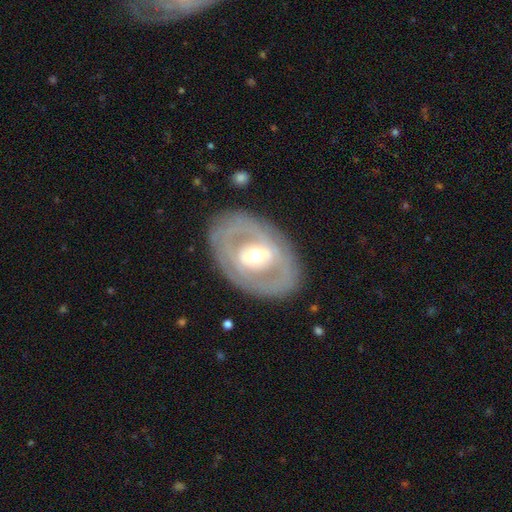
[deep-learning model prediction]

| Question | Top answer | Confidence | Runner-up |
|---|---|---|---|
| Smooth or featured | featured or disk | 76% | smooth (20%) |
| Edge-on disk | no | 93% | yes (7%) |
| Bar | weak | 40% | strong (33%) |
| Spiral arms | yes | 51% | no (49%) |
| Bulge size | moderate | 68% | small (19%) |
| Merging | none | 81% | minor disturbance (13%) |